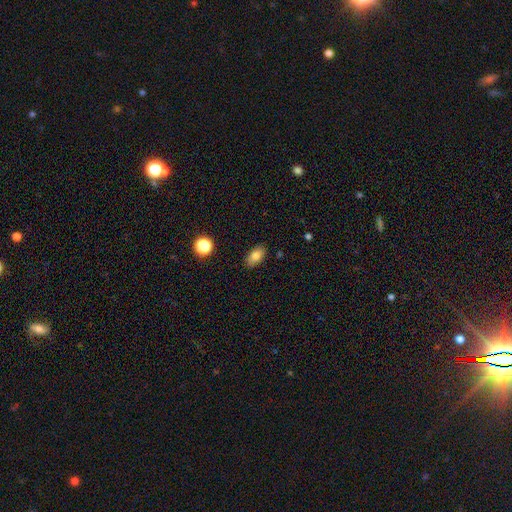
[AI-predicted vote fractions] This is likely a smooth galaxy (79%). How rounded: clearly in between (89%). Merging: clearly none (88%).